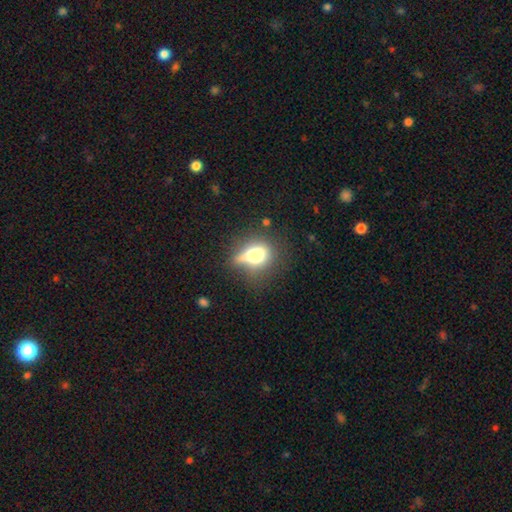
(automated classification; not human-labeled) Q: Smooth or featured?
A: smooth (63%); runner-up: featured or disk (25%)
Q: How rounded?
A: in between (51%); runner-up: round (42%)
Q: Merging?
A: none (43%); runner-up: minor disturbance (28%)